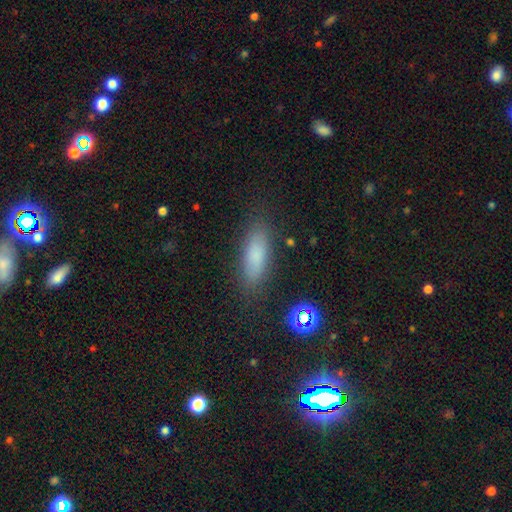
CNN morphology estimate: A smooth galaxy with no disk features (78%) that is in between round and cigar-shaped (62%).

Vote fractions:
- Smooth or featured? smooth: 78% / star or artifact: 11% / featured or disk: 11%
- How rounded? in between: 62% / cigar-shaped: 35% / round: 3%
- Merging? none: 82% / minor disturbance: 12% / major disturbance: 4% / merger: 2%